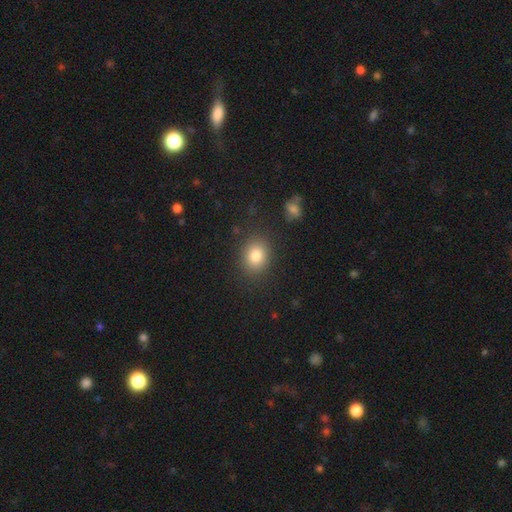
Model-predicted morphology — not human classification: smooth-or-featured: smooth: 82% | star or artifact: 10% | featured or disk: 7%
  how-rounded: round: 55% | in between: 44% | cigar-shaped: 1%
  merging: none: 85% | minor disturbance: 9% | major disturbance: 3% | merger: 2%